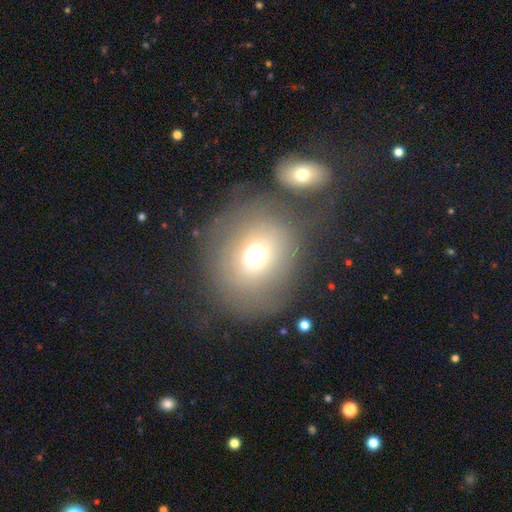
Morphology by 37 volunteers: Smooth or featured: smooth — 73% (featured or disk — 16%)
How rounded: round — 85% (in between — 15%)
Merging: none — 39% (merger — 33%)